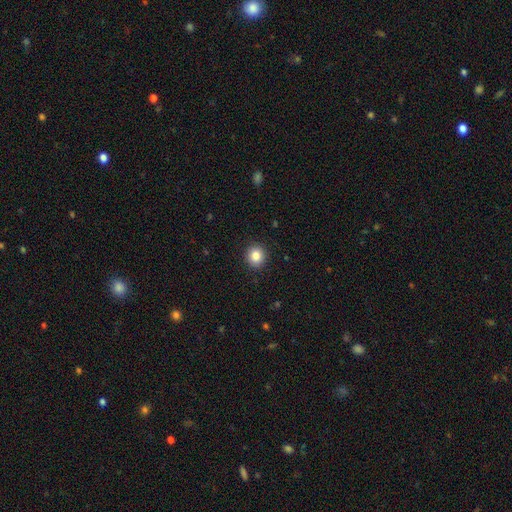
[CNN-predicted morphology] The model was most divided on "smooth or featured": smooth: 85%, star or artifact: 10%, featured or disk: 5%. More confident: merging — none (91%); how rounded — round (87%).